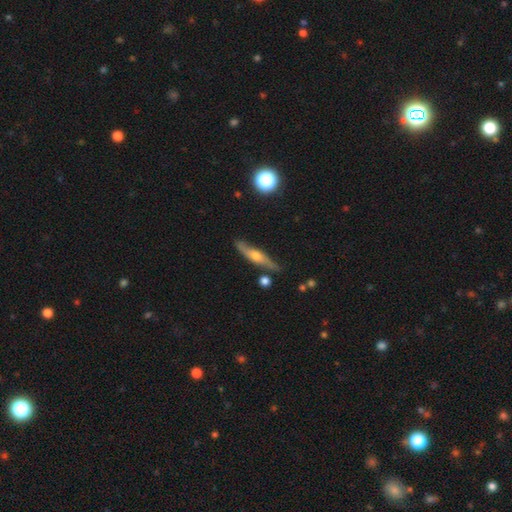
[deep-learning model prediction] Q: Smooth or featured?
A: featured or disk (66%); runner-up: smooth (27%)
Q: Edge-on disk?
A: yes (88%); runner-up: no (12%)
Q: Edge-on bulge?
A: rounded (88%); runner-up: none (6%)
Q: Merging?
A: none (81%); runner-up: minor disturbance (13%)